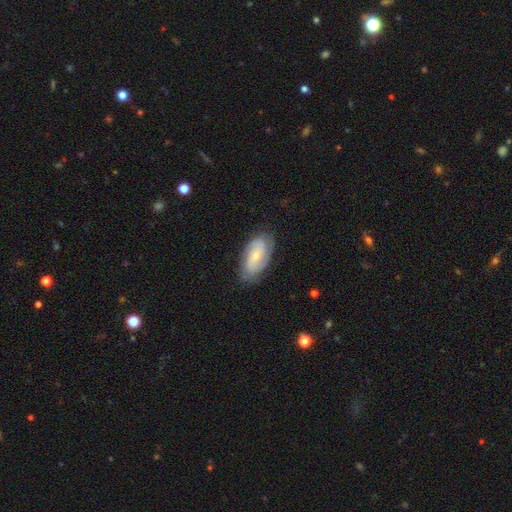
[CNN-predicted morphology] smooth-or-featured: featured or disk: 69% | smooth: 25% | star or artifact: 6%
  disk-edge-on: no: 95% | yes: 5%
    bar: no: 57% | weak: 34% | strong: 9%
    has-spiral-arms: yes: 91% | no: 9%
      spiral-winding: tight: 47% | medium: 39% | loose: 14%
      spiral-arm-count: 2: 57% | can't tell: 22% | 3: 13% | 4: 3% | 1: 3% | more than 4: 2%
    bulge-size: small: 66% | moderate: 30% | none: 2% | large: 1% | dominant: 1%
  merging: none: 79% | minor disturbance: 16% | major disturbance: 4% | merger: 1%